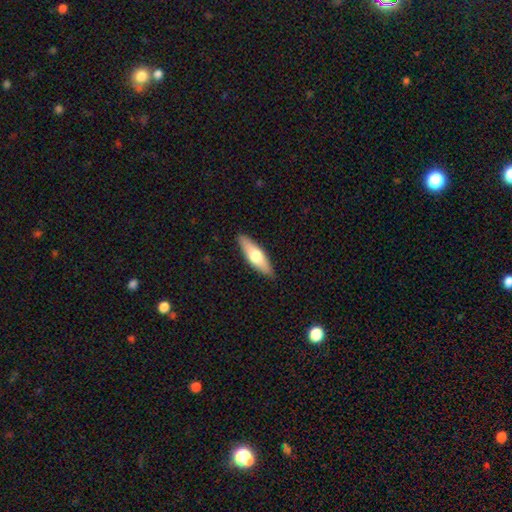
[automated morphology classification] A smooth galaxy with no disk features (57%) that is cigar-shaped (53%).

Vote fractions:
- Smooth or featured? smooth: 57% / featured or disk: 38% / star or artifact: 5%
- How rounded? cigar-shaped: 53% / in between: 45% / round: 2%
- Merging? none: 89% / minor disturbance: 9% / major disturbance: 2% / merger: 1%